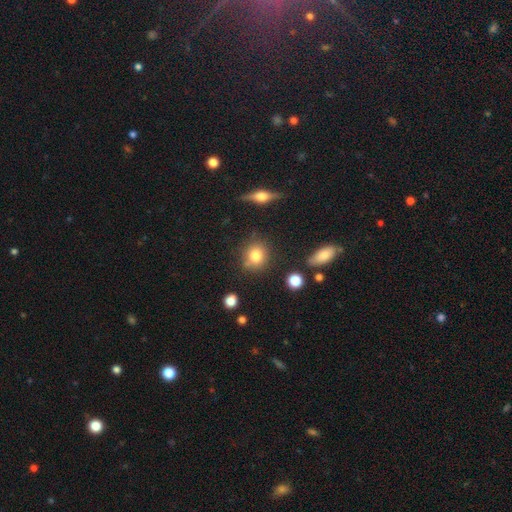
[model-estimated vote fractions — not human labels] Q: Smooth or featured?
A: smooth (80%); runner-up: star or artifact (10%)
Q: How rounded?
A: round (76%); runner-up: in between (22%)
Q: Merging?
A: none (76%); runner-up: minor disturbance (14%)